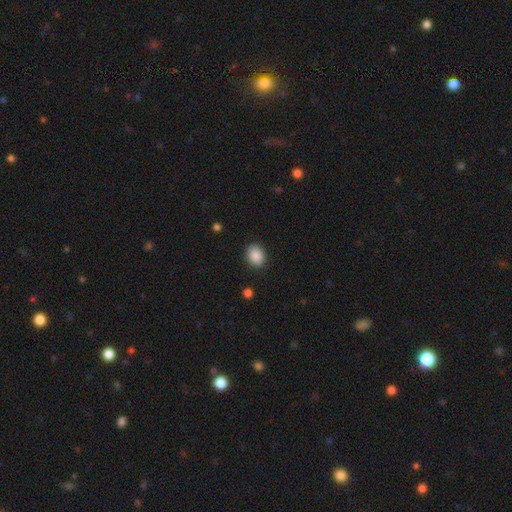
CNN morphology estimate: Smooth or featured? smooth (88%)
How rounded? in between (50%)
Merging? none (87%)